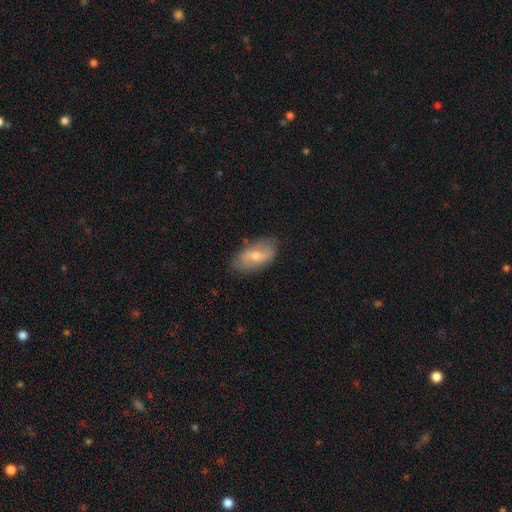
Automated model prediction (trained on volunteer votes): The model was most divided on "smooth or featured": featured or disk: 50%, smooth: 43%, star or artifact: 7%. More confident: merging — none (77%).